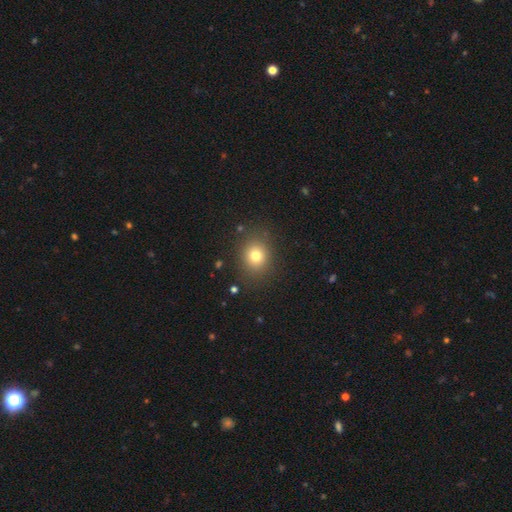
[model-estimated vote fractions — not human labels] smooth_or_featured: smooth (p=0.77) [alt: star or artifact p=0.14]
how_rounded: round (p=0.73) [alt: in between p=0.26]
merging: none (p=0.85) [alt: minor disturbance p=0.09]